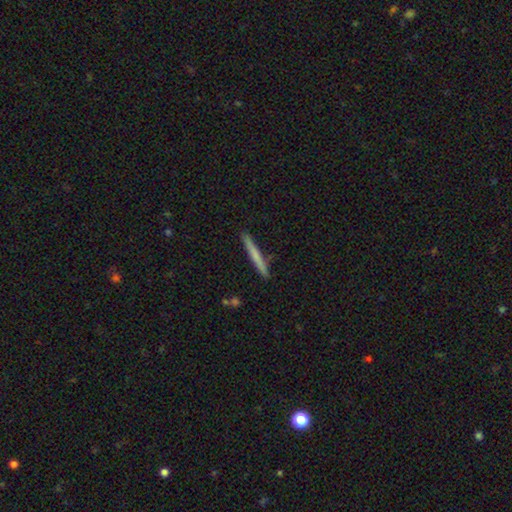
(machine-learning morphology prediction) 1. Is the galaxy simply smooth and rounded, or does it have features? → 64% smooth, 31% featured or disk, 5% star or artifact.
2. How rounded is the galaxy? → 96% cigar-shaped, 2% in between, 1% round.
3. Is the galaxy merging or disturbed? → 90% none, 7% minor disturbance, 2% merger, 1% major disturbance.